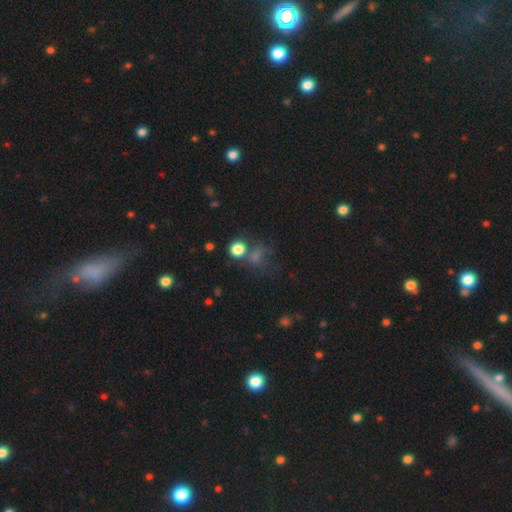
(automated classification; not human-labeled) smooth-or-featured: smooth: 47% | star or artifact: 39% | featured or disk: 13%
  merging: none: 53% | minor disturbance: 16% | major disturbance: 16% | merger: 15%